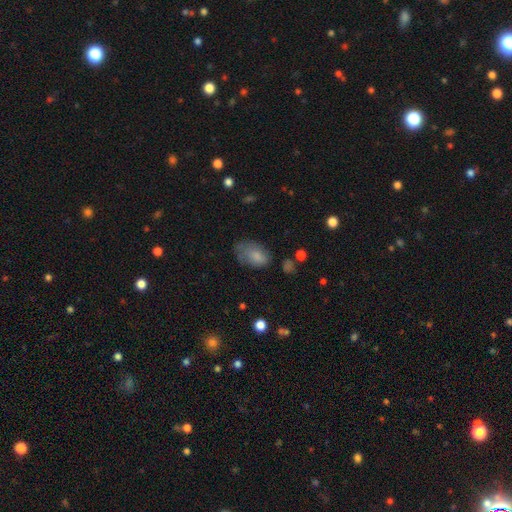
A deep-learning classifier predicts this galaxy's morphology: Smooth or featured?
  - smooth: 78% *
  - featured or disk: 14%
  - star or artifact: 8%
How rounded?
  - in between: 90% *
  - round: 9%
  - cigar-shaped: 2%
Merging?
  - none: 46% *
  - minor disturbance: 32%
  - major disturbance: 18%
  - merger: 3%